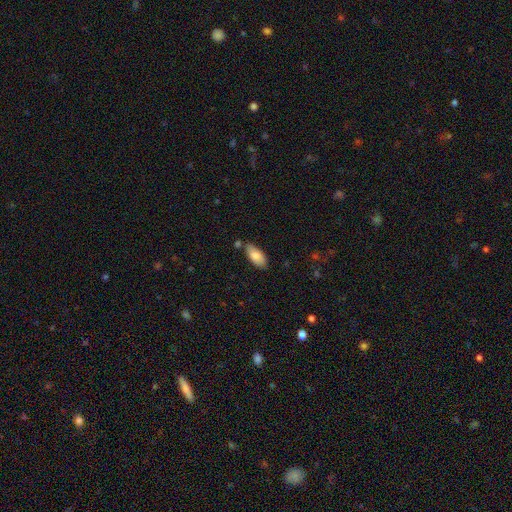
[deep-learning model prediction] Smooth or featured: smooth — 83% (featured or disk — 11%)
How rounded: in between — 90% (cigar-shaped — 8%)
Merging: none — 72% (minor disturbance — 18%)